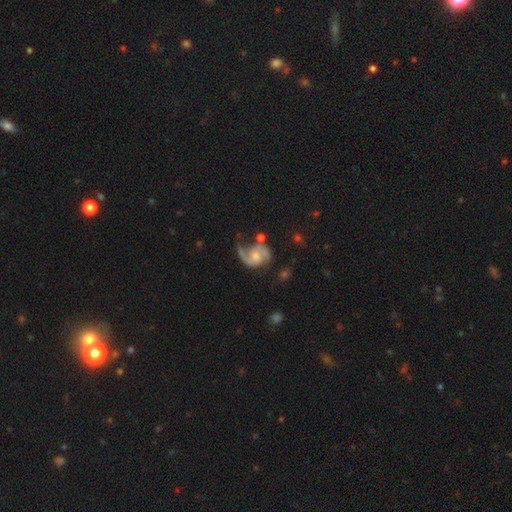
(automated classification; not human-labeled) Overall: featured or disk (86%). Edge-on disk: no (98%). Bar: no (57%; weak 36%). Spiral arms: yes (97%). Spiral arm count: 2 (84%). Spiral winding: medium (52%; loose 29%). Bulge size: moderate (49%; small 31%). Merging: none (55%; minor disturbance 22%).